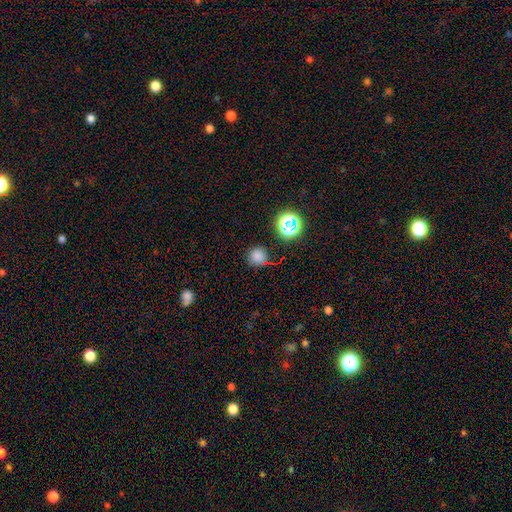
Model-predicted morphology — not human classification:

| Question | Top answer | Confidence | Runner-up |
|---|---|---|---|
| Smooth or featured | smooth | 74% | star or artifact (21%) |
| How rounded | round | 93% | in between (6%) |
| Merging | none | 77% | minor disturbance (13%) |